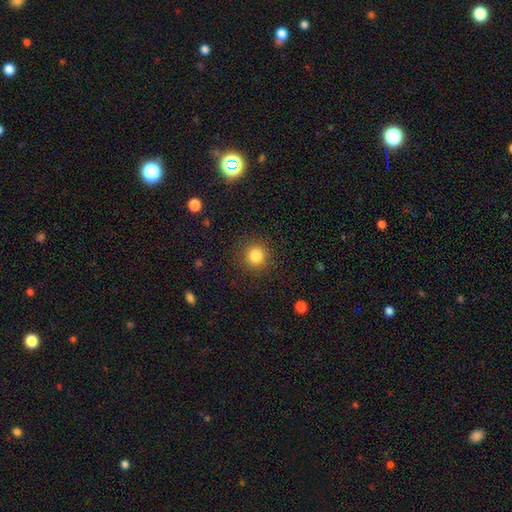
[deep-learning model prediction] A smooth galaxy with no disk features (84%) that is round (92%).

Vote fractions:
- Smooth or featured? smooth: 84% / star or artifact: 11% / featured or disk: 5%
- How rounded? round: 92% / in between: 7% / cigar-shaped: 1%
- Merging? none: 89% / minor disturbance: 7% / major disturbance: 3% / merger: 1%